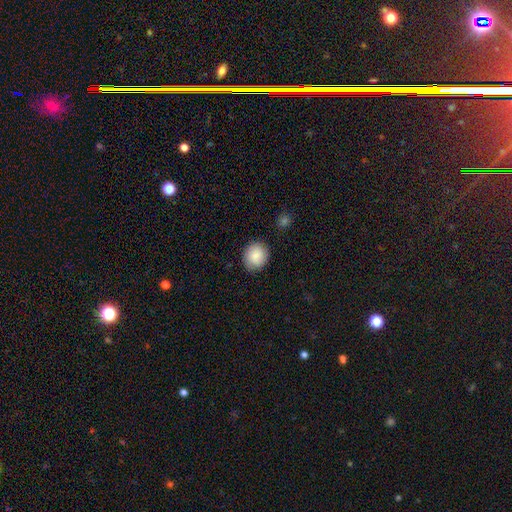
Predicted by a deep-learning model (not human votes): This is clearly a smooth galaxy (86%). How rounded: likely round (78%). Merging: clearly none (85%).